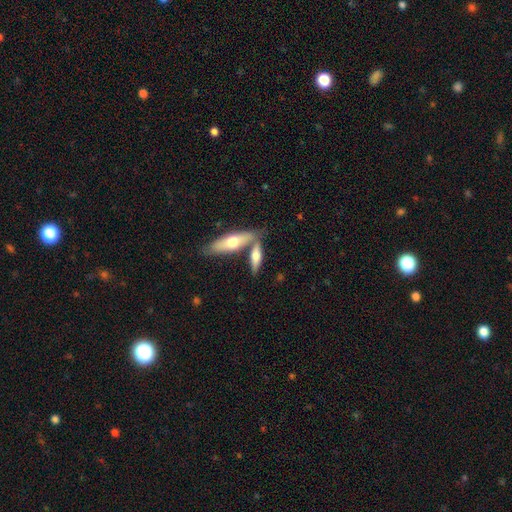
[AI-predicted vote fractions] smooth 59%, featured or disk 36%, star or artifact 5%. Down the decision tree: how rounded — cigar-shaped (58%); merging — none (50%).